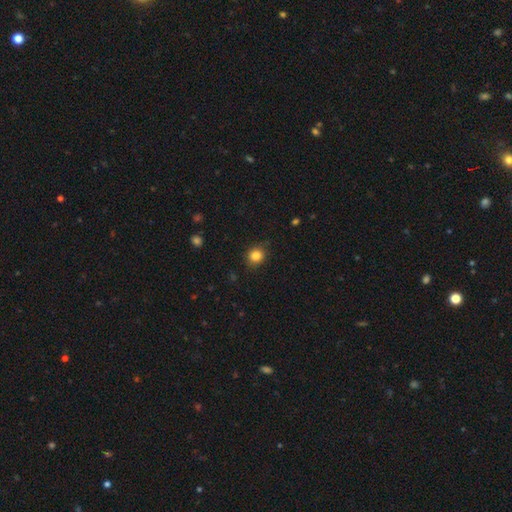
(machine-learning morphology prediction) A smooth galaxy with no disk features (84%) that is round (75%). Merging: none (84%).